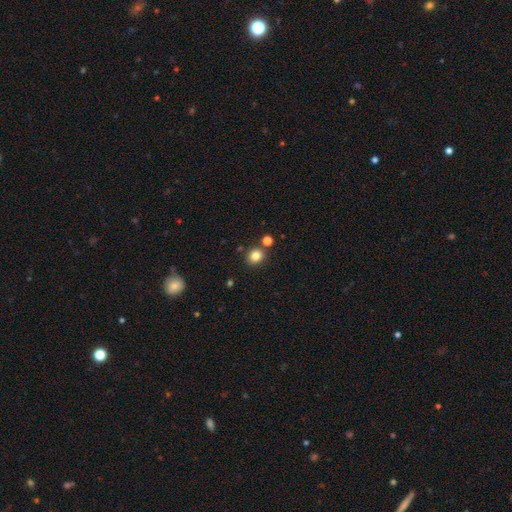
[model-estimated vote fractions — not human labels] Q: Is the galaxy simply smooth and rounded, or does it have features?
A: smooth — 82%.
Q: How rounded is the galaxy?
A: round — 80%.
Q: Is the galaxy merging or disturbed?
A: none — 81%.